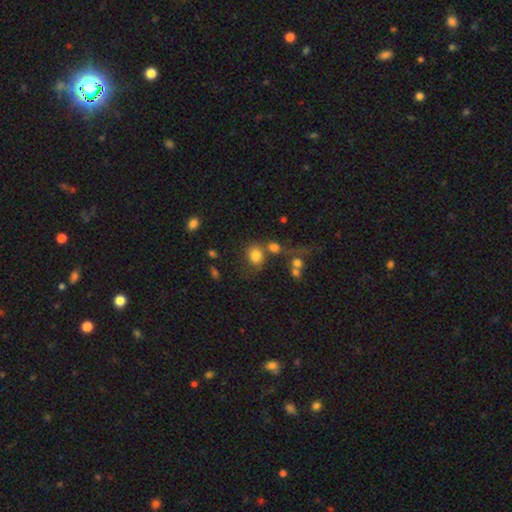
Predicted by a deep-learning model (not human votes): smooth-or-featured: smooth: 79% | star or artifact: 12% | featured or disk: 9%
  how-rounded: round: 59% | in between: 39% | cigar-shaped: 1%
  merging: none: 49% | merger: 25% | minor disturbance: 15% | major disturbance: 11%